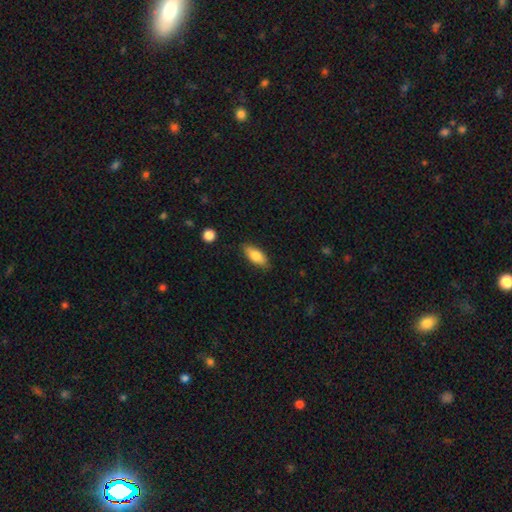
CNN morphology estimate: type=smooth (80%); roundness=in between (79%); merging=none (83%).